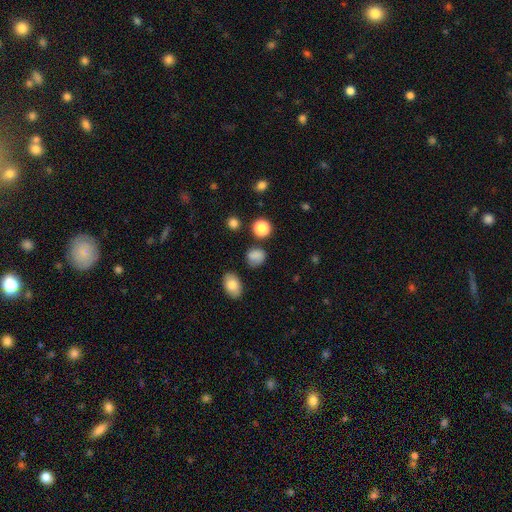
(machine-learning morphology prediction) Smooth or featured: smooth — 81% (star or artifact — 13%)
How rounded: round — 66% (in between — 33%)
Merging: none — 76% (minor disturbance — 15%)